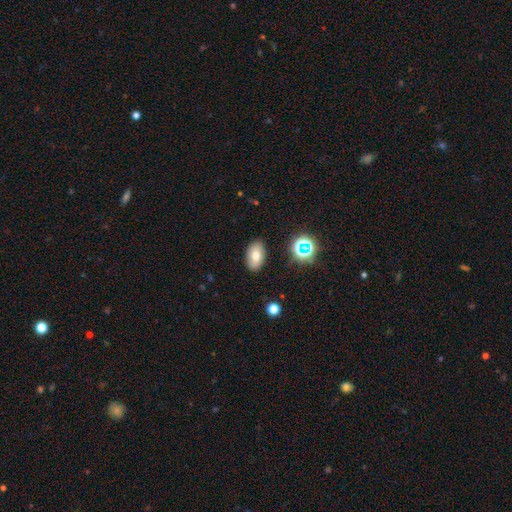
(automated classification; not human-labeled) smooth_or_featured: smooth (p=0.72) [alt: featured or disk p=0.16]
how_rounded: in between (p=0.91) [alt: round p=0.08]
merging: none (p=0.85) [alt: minor disturbance p=0.11]